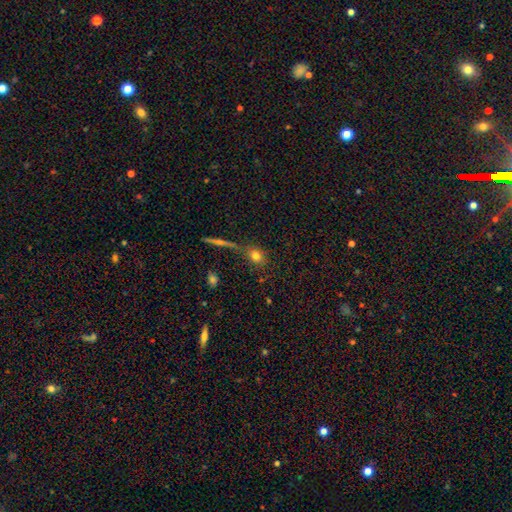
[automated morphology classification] smooth 75%, star or artifact 13%, featured or disk 12%. Down the decision tree: how rounded — round (51%); merging — none (67%).